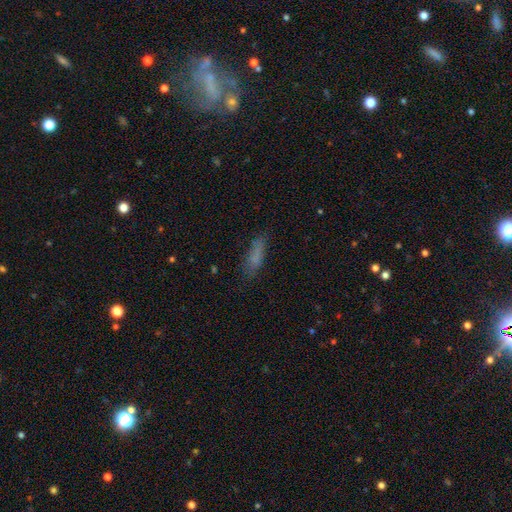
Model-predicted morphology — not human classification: Smooth or featured?
  - smooth: 74% *
  - featured or disk: 15%
  - star or artifact: 11%
How rounded?
  - cigar-shaped: 61% *
  - in between: 37%
  - round: 2%
Merging?
  - none: 70% *
  - minor disturbance: 20%
  - major disturbance: 8%
  - merger: 2%